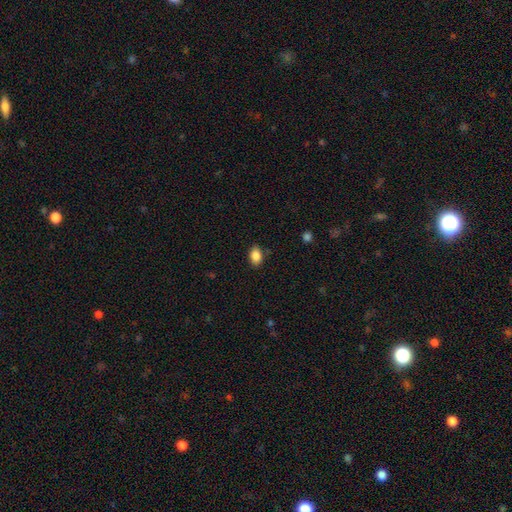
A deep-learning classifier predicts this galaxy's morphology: A smooth galaxy with no disk features (86%) that is in between round and cigar-shaped (86%).

Vote fractions:
- Smooth or featured? smooth: 86% / star or artifact: 9% / featured or disk: 5%
- How rounded? in between: 86% / round: 12% / cigar-shaped: 2%
- Merging? none: 85% / minor disturbance: 11% / major disturbance: 2% / merger: 1%